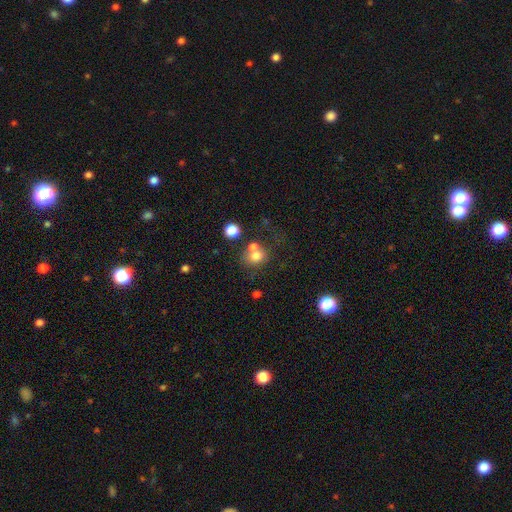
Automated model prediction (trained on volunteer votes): This appears to be a smooth galaxy with no disk features (73%) that is round (61%). Merging: none (44%).